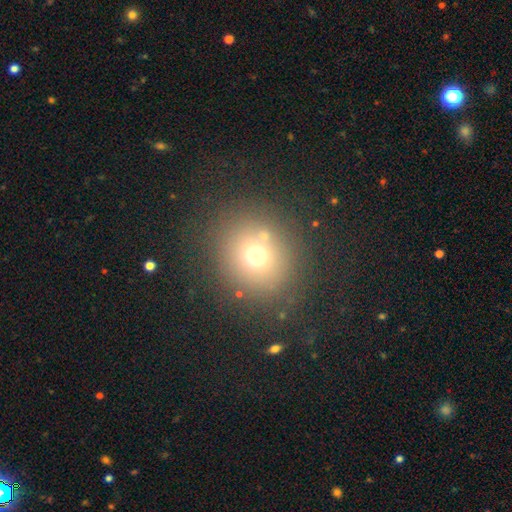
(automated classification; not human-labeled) Smooth or featured? smooth (67%)
How rounded? round (82%)
Merging? none (78%)